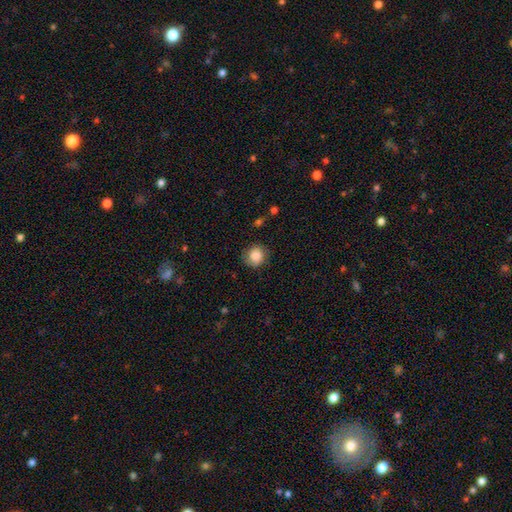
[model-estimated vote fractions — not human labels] This appears to be a smooth galaxy with no disk features (82%) that is round (85%). Merging: none (74%).